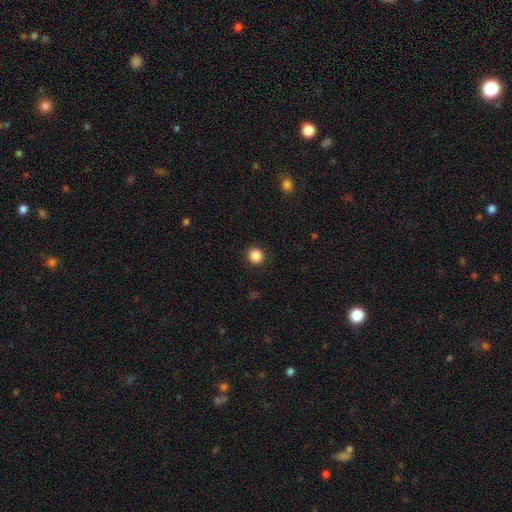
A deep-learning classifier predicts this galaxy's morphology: This is clearly a smooth galaxy (87%). How rounded: clearly round (91%). Merging: clearly none (92%).